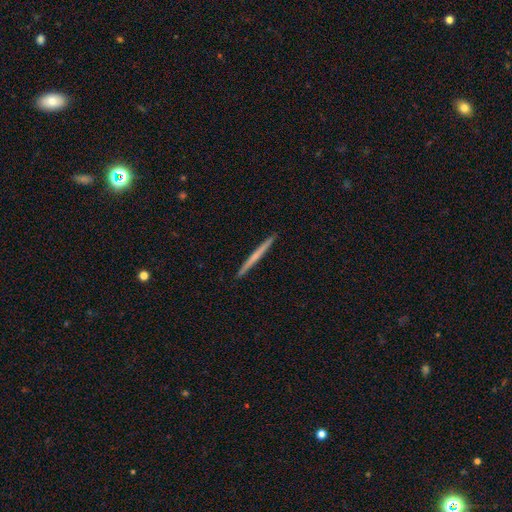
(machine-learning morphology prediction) Q: Smooth or featured?
A: smooth (50%); runner-up: featured or disk (45%)
Q: How rounded?
A: cigar-shaped (97%); runner-up: in between (2%)
Q: Merging?
A: none (93%); runner-up: minor disturbance (4%)